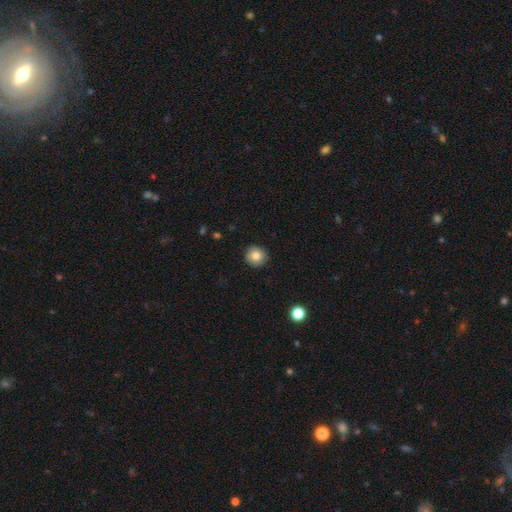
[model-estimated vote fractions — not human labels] Overall: smooth (84%). How rounded: round (93%). Merging: none (92%).